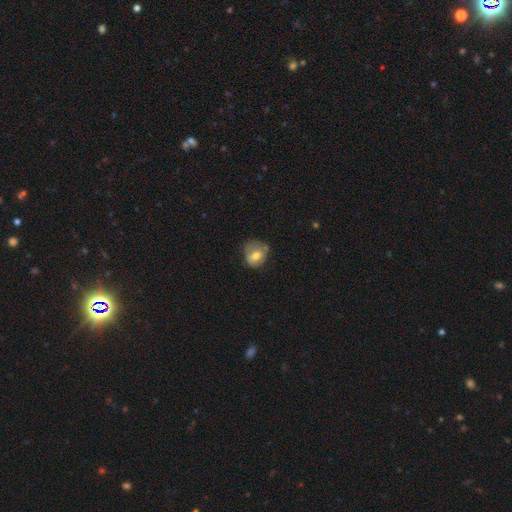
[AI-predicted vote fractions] Smooth or featured? Predicted: smooth (p=0.64). How rounded? Predicted: round (p=0.67). Merging? Predicted: none (p=0.47).